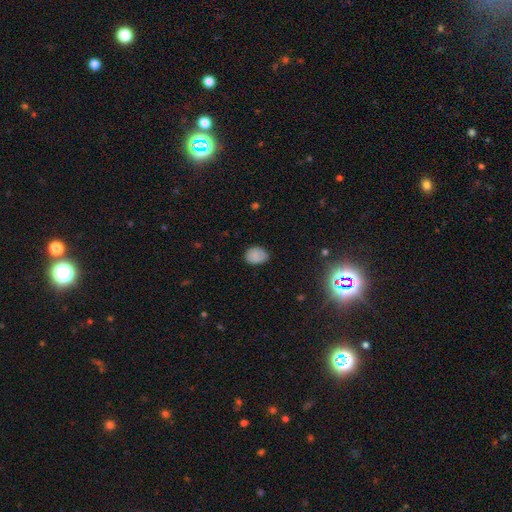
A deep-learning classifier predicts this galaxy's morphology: A smooth galaxy with no disk features (82%) that is in between round and cigar-shaped (66%). Merging: none (72%).